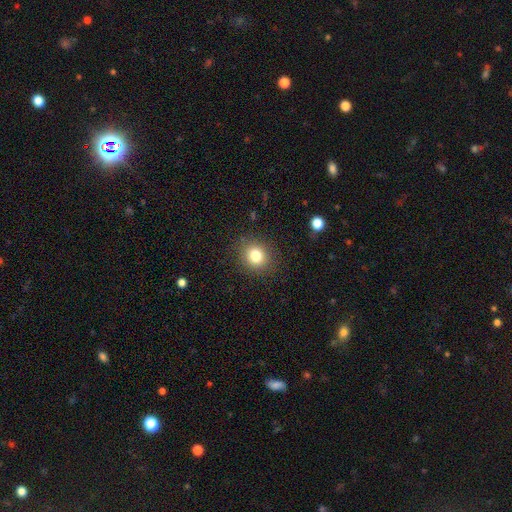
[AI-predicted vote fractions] Overall: smooth (81%). How rounded: round (78%). Merging: none (88%).